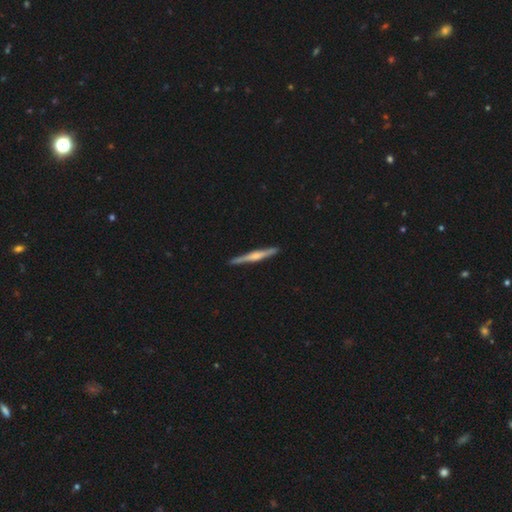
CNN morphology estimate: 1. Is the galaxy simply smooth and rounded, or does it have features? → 71% featured or disk, 24% smooth, 5% star or artifact.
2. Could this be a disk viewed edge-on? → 98% yes, 2% no.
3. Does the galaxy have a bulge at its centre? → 74% rounded, 13% boxy, 13% none.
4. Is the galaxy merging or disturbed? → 90% none, 7% minor disturbance, 1% major disturbance, 1% merger.